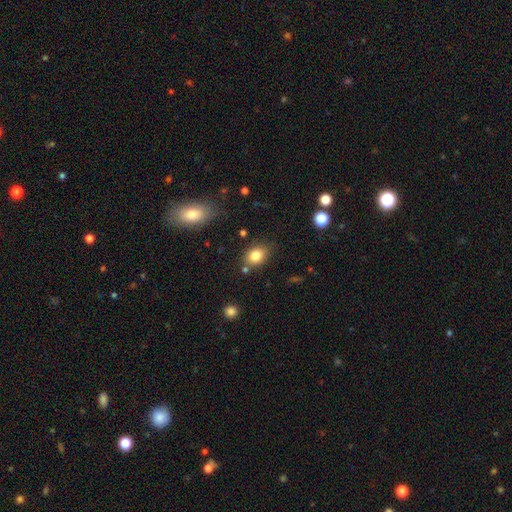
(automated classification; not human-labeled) Q: Smooth or featured?
A: smooth (82%); runner-up: star or artifact (10%)
Q: How rounded?
A: in between (63%); runner-up: round (36%)
Q: Merging?
A: none (76%); runner-up: minor disturbance (14%)